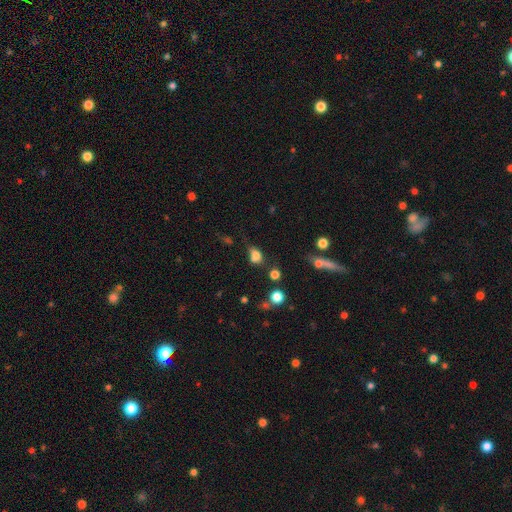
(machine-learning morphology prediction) A smooth galaxy with no disk features (74%) that is in between round and cigar-shaped (65%). Merging: none (41%).